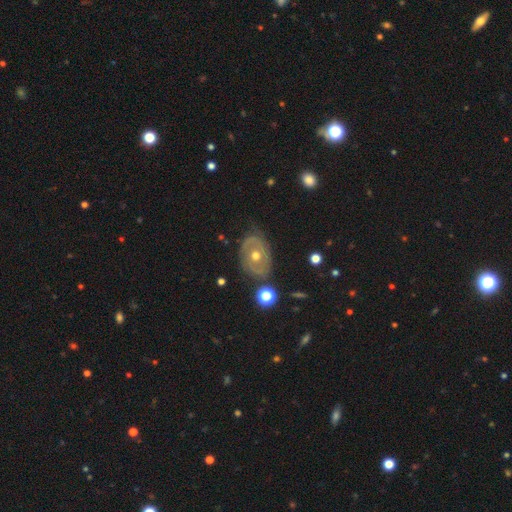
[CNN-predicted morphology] smooth-or-featured: featured or disk: 70% | smooth: 22% | star or artifact: 8%
  disk-edge-on: no: 94% | yes: 6%
    bar: no: 84% | weak: 13% | strong: 4%
    has-spiral-arms: yes: 53% | no: 47%
    bulge-size: moderate: 73% | small: 23% | large: 3% | none: 1% | dominant: 1%
  merging: none: 72% | minor disturbance: 19% | major disturbance: 7% | merger: 3%